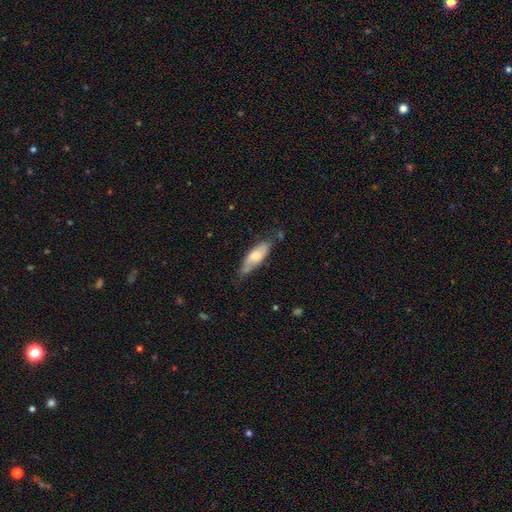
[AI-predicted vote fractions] smooth 64%, featured or disk 30%, star or artifact 6%. Down the decision tree: how rounded — in between (61%); merging — none (59%).